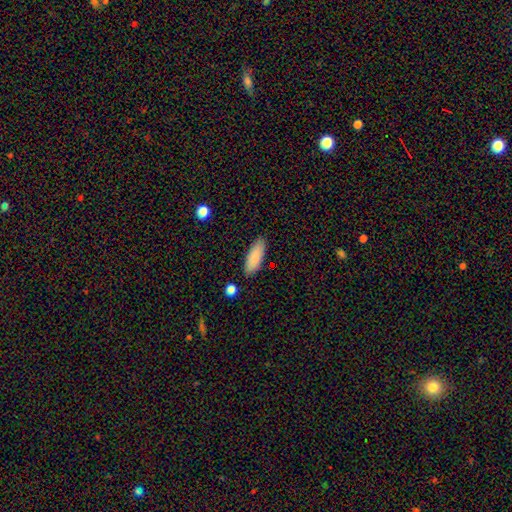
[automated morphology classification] The model was most divided on "how rounded": in between: 70%, cigar-shaped: 29%, round: 2%. More confident: smooth or featured — smooth (87%); merging — none (86%).